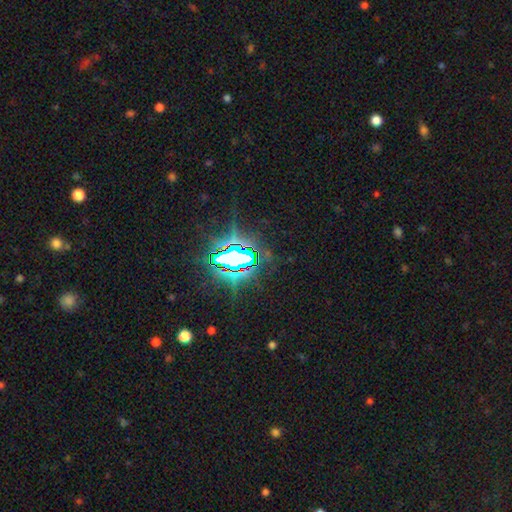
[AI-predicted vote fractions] This is clearly a star or artifact rather than a galaxy (85%).